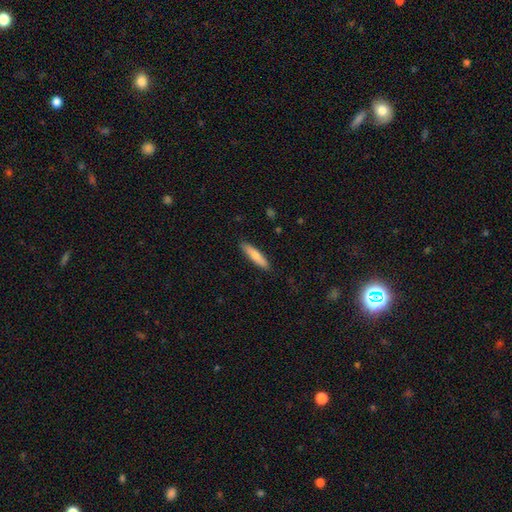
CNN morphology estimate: type=smooth (77%); roundness=cigar-shaped (82%); merging=none (89%).